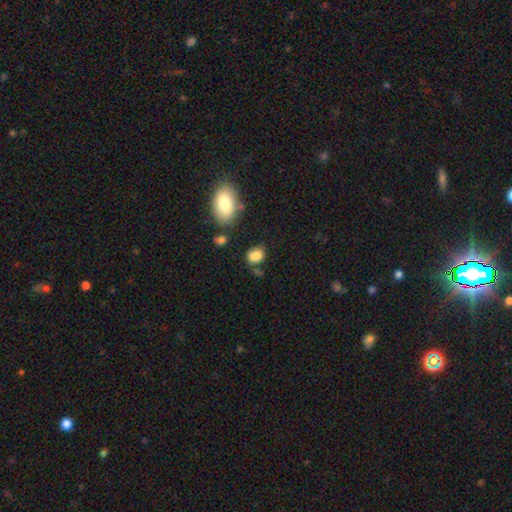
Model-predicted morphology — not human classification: smooth_or_featured: smooth (p=0.81) [alt: star or artifact p=0.11]
how_rounded: in between (p=0.66) [alt: round p=0.33]
merging: none (p=0.50) [alt: minor disturbance p=0.23]